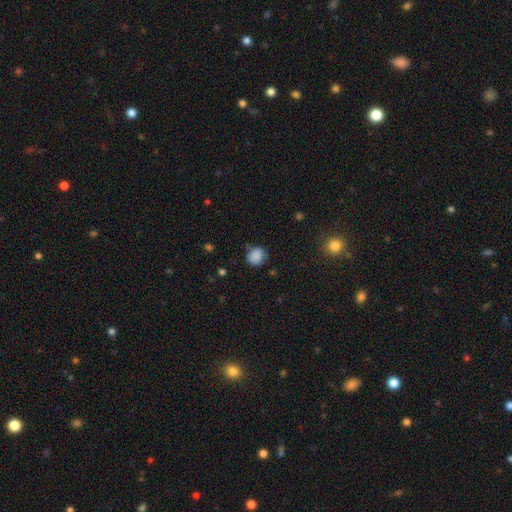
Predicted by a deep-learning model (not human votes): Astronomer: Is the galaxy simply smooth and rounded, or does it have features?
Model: smooth — 86%.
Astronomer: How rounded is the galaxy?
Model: round — 80%.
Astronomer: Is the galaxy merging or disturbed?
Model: none — 75%.